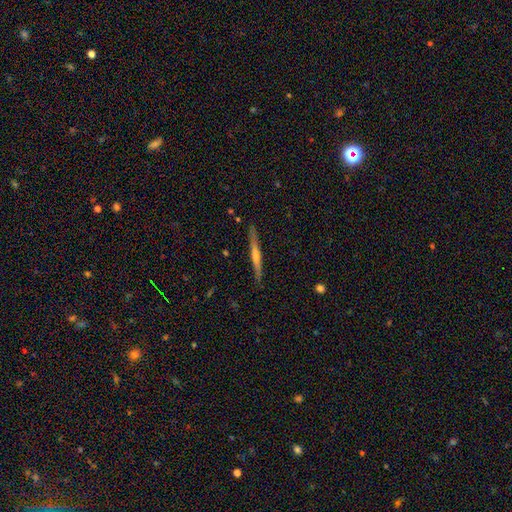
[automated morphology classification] This is likely a featured or disk galaxy (64%). It is clearly viewed edge-on (97%). Edge-on bulge: likely rounded (63%). Merging: clearly none (88%).